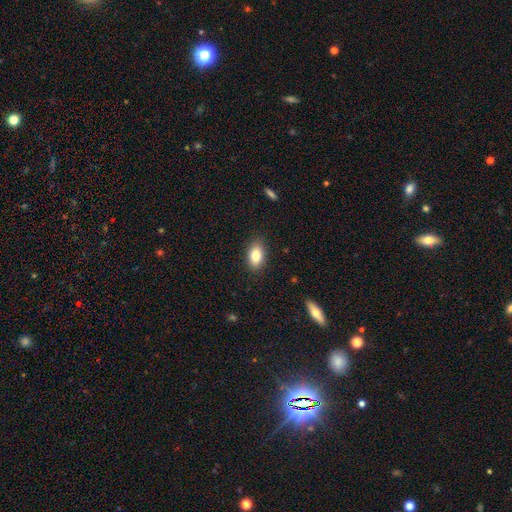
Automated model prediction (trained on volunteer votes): Smooth or featured? smooth (83%)
How rounded? in between (89%)
Merging? none (87%)